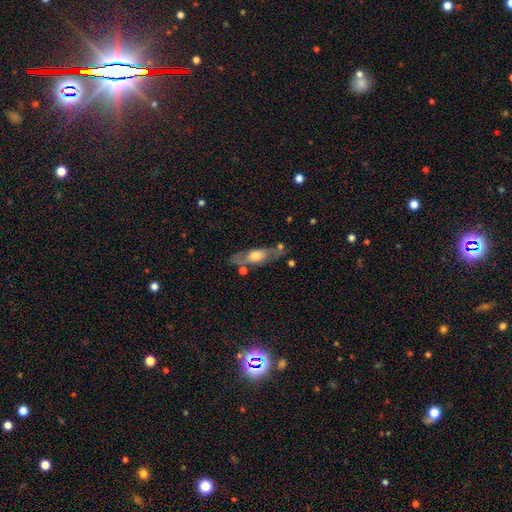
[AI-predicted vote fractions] Overall: featured or disk (51%; smooth 42%). Edge-on disk: yes (52%; no 48%). Merging: none (66%).